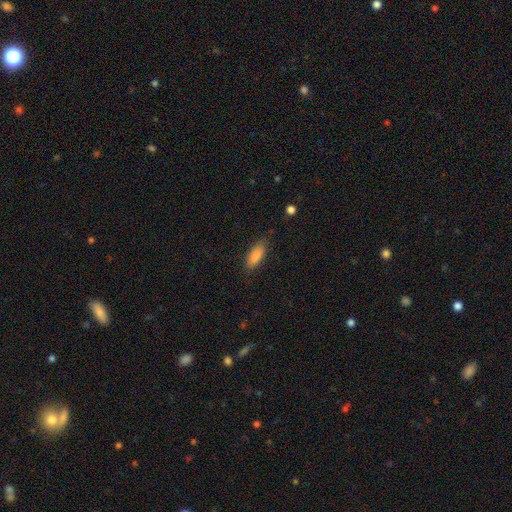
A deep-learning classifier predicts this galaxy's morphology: Overall: smooth (88%). How rounded: in between (78%). Merging: none (82%).